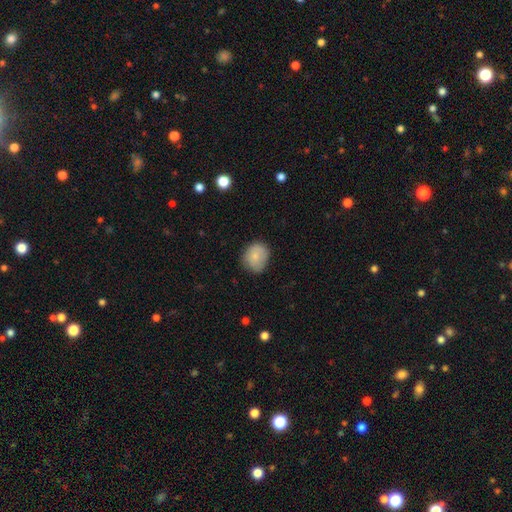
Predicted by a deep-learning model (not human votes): Overall: smooth (82%). How rounded: round (66%; in between 33%). Merging: none (72%).